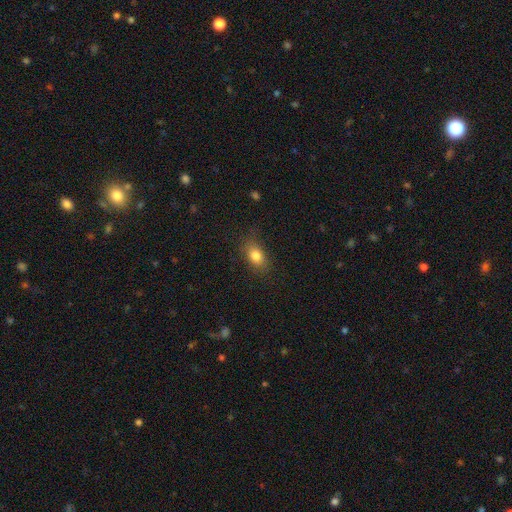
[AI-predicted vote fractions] Smooth or featured: smooth — 82% (star or artifact — 9%)
How rounded: in between — 81% (round — 16%)
Merging: none — 79% (minor disturbance — 15%)